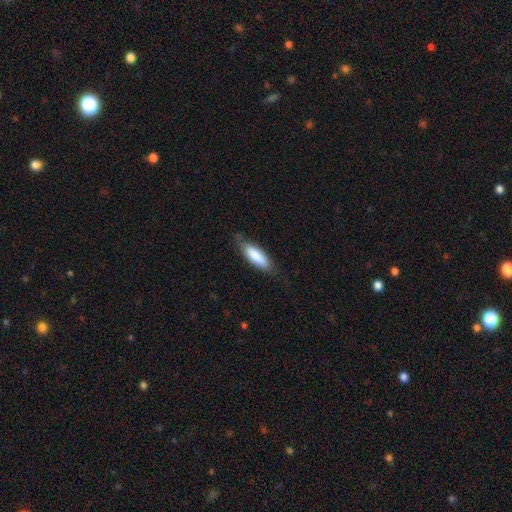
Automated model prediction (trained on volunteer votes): Morphology: type=smooth (84%); roundness=in between (62%); merging=none (72%).